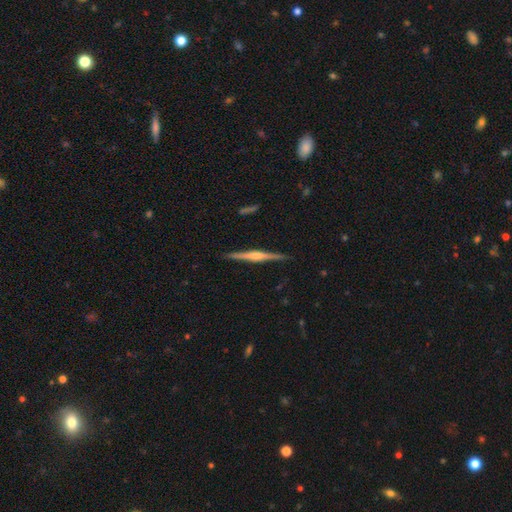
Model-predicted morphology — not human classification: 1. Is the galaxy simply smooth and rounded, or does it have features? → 78% featured or disk, 16% smooth, 5% star or artifact.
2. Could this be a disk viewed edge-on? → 98% yes, 2% no.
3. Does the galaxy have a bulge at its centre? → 75% rounded, 16% boxy, 9% none.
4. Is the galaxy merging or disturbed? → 91% none, 6% minor disturbance, 1% major disturbance, 1% merger.